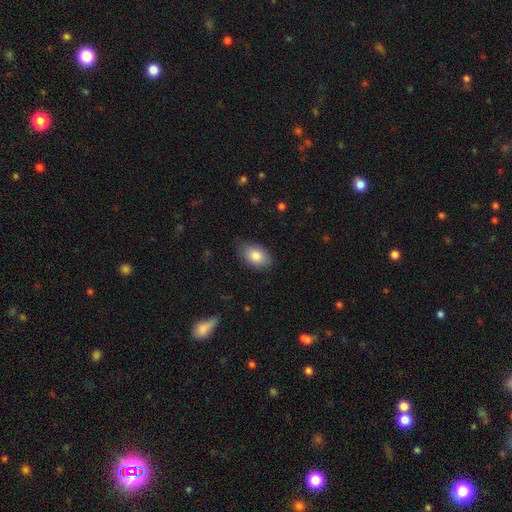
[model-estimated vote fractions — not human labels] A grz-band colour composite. It shows a smooth galaxy with no disk features (84%) that is in between round and cigar-shaped (89%). Merging: none (81%).